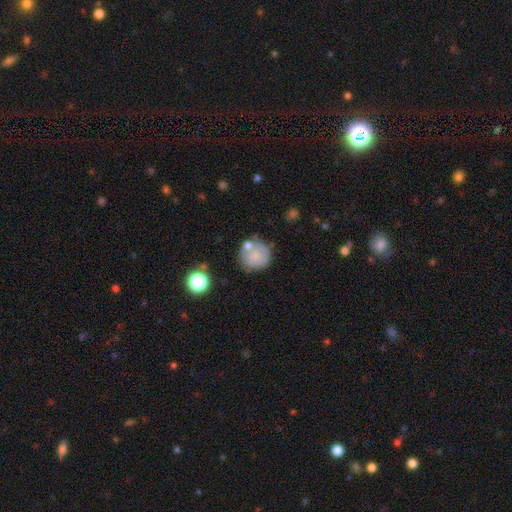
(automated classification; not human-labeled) Q: Smooth or featured?
A: smooth (71%); runner-up: featured or disk (19%)
Q: How rounded?
A: round (89%); runner-up: in between (10%)
Q: Merging?
A: none (61%); runner-up: minor disturbance (18%)